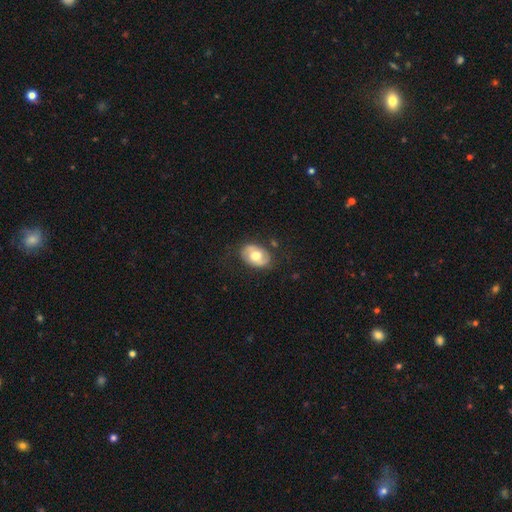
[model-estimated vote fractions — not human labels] Smooth or featured? Predicted: smooth (p=0.48). Merging? Predicted: none (p=0.76).